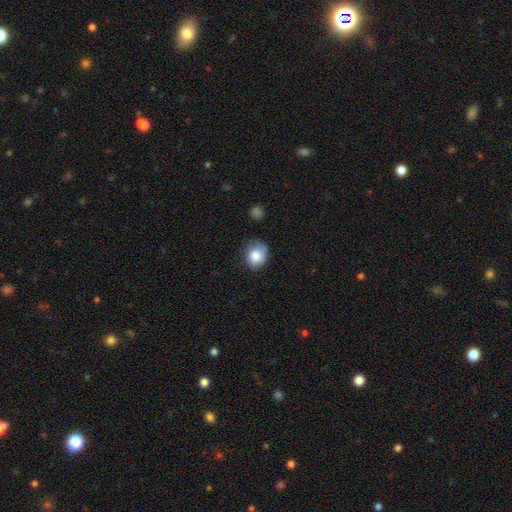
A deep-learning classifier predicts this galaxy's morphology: A smooth galaxy with no disk features (83%) that is round (72%).

Vote fractions:
- Smooth or featured? smooth: 83% / featured or disk: 9% / star or artifact: 8%
- How rounded? round: 72% / in between: 28% / cigar-shaped: 1%
- Merging? none: 66% / minor disturbance: 25% / major disturbance: 6% / merger: 2%